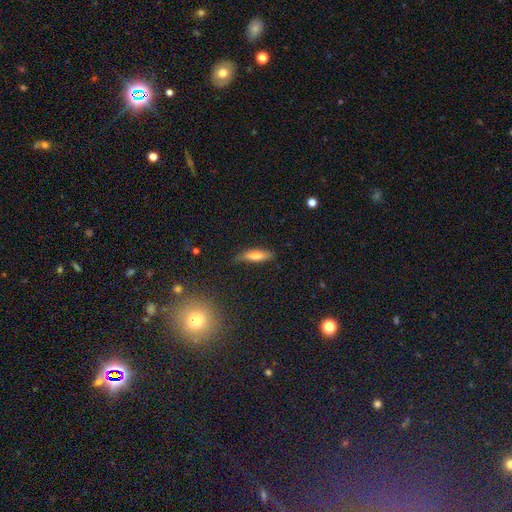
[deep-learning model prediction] smooth-or-featured: smooth: 72% | featured or disk: 19% | star or artifact: 8%
  how-rounded: cigar-shaped: 59% | in between: 39% | round: 2%
  merging: none: 75% | minor disturbance: 20% | major disturbance: 4% | merger: 2%